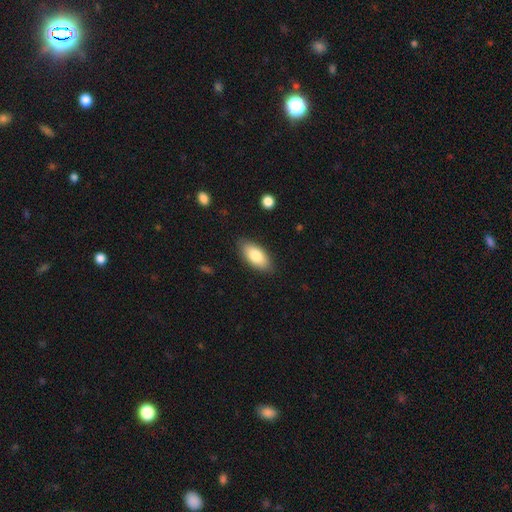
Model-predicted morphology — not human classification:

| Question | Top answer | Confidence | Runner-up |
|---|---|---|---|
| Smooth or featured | smooth | 81% | featured or disk (13%) |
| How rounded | in between | 90% | cigar-shaped (8%) |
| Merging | none | 85% | minor disturbance (11%) |